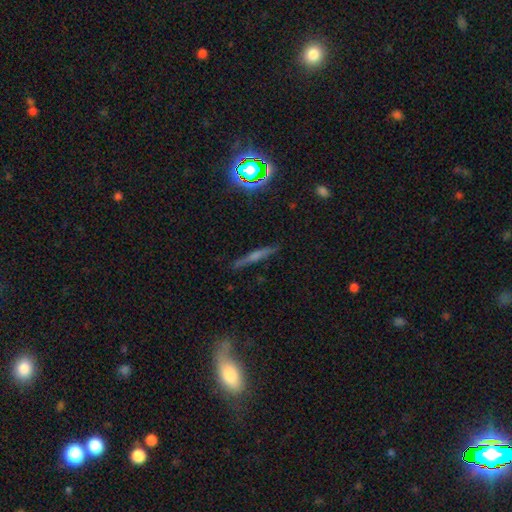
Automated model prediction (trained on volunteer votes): Smooth or featured?
  - featured or disk: 52% *
  - smooth: 31%
  - star or artifact: 17%
Edge-on disk?
  - yes: 95% *
  - no: 5%
Merging?
  - none: 87% *
  - minor disturbance: 9%
  - major disturbance: 2%
  - merger: 2%